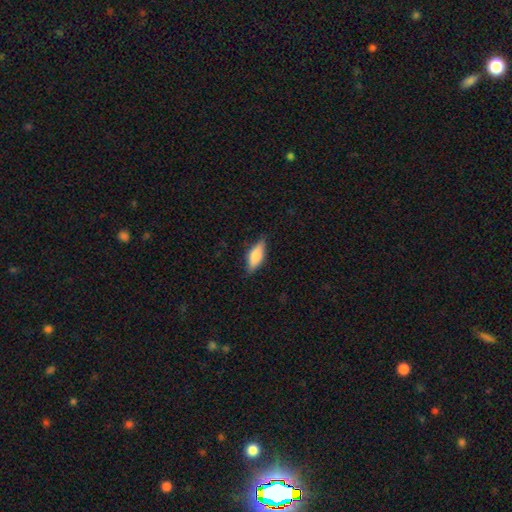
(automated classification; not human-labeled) smooth-or-featured: smooth: 73% | featured or disk: 21% | star or artifact: 6%
  how-rounded: in between: 70% | cigar-shaped: 27% | round: 2%
  merging: none: 82% | minor disturbance: 14% | major disturbance: 3% | merger: 1%